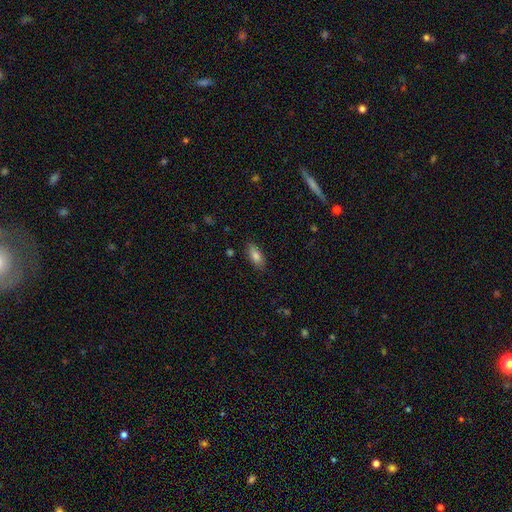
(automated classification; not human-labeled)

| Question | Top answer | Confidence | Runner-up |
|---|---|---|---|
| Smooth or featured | smooth | 81% | featured or disk (11%) |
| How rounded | in between | 83% | cigar-shaped (15%) |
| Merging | none | 84% | minor disturbance (12%) |